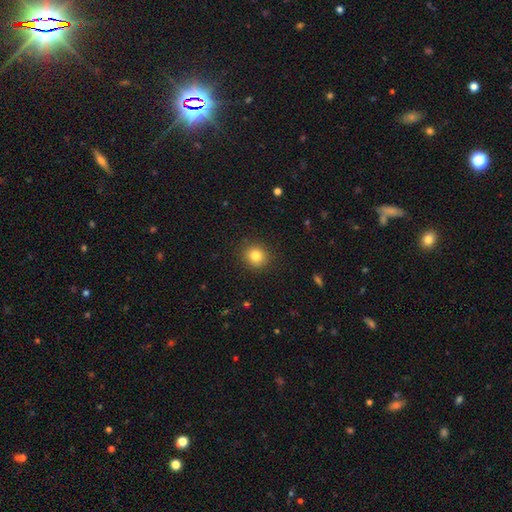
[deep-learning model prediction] Smooth or featured? Predicted: smooth (p=0.82). How rounded? Predicted: round (p=0.89). Merging? Predicted: none (p=0.90).